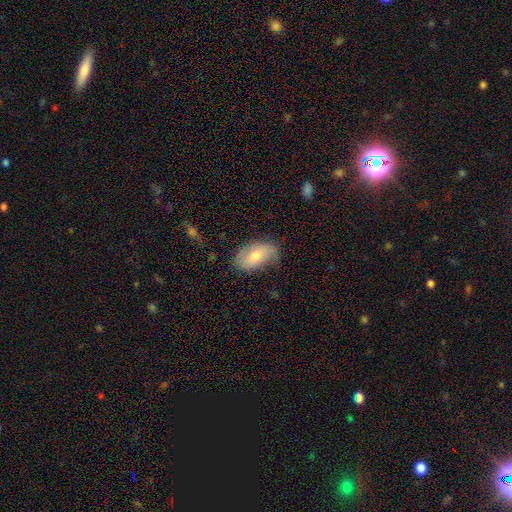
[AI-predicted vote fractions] Smooth or featured? Predicted: smooth (p=0.60). How rounded? Predicted: in between (p=0.93). Merging? Predicted: none (p=0.66).